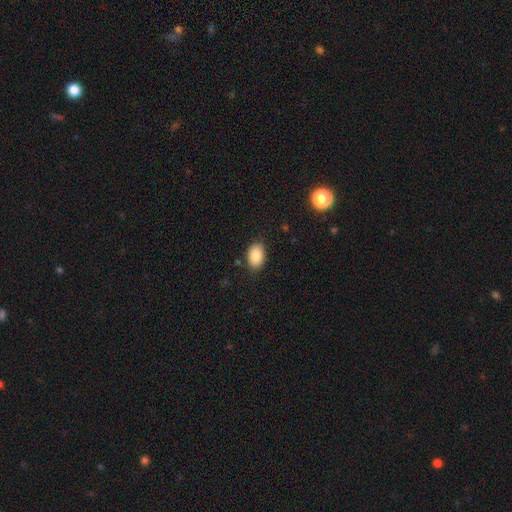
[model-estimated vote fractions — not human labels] A smooth galaxy with no disk features (89%) that is in between round and cigar-shaped (88%).

Vote fractions:
- Smooth or featured? smooth: 89% / star or artifact: 7% / featured or disk: 4%
- How rounded? in between: 88% / round: 11% / cigar-shaped: 1%
- Merging? none: 83% / minor disturbance: 13% / major disturbance: 3% / merger: 1%